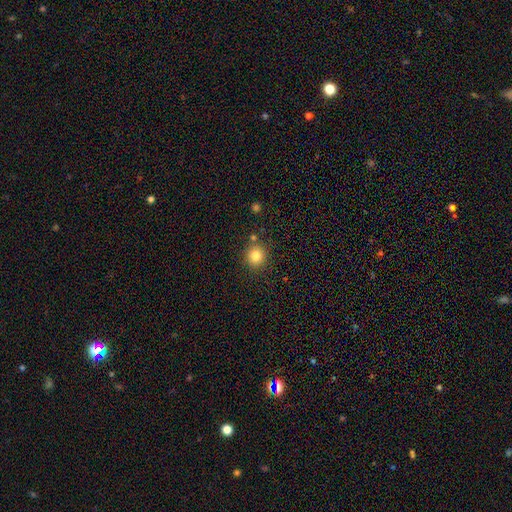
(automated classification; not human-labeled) smooth-or-featured: smooth: 82% | star or artifact: 12% | featured or disk: 6%
  how-rounded: round: 90% | in between: 9% | cigar-shaped: 1%
  merging: none: 83% | minor disturbance: 8% | merger: 6% | major disturbance: 3%